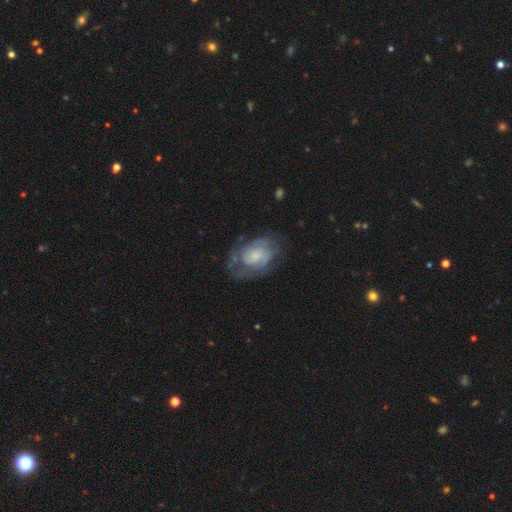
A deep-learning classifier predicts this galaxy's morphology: Smooth or featured? featured or disk (70%)
Edge-on disk? no (97%)
Bar? no (67%)
Spiral arms? yes (82%)
Spiral winding? tight (49%)
Spiral arm count? 2 (42%)
Bulge size? small (42%)
Merging? none (60%)